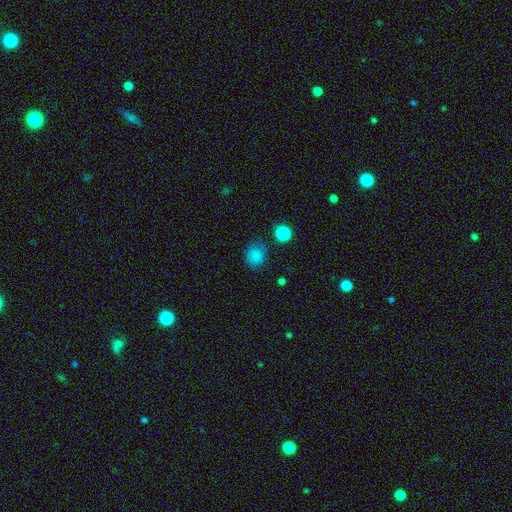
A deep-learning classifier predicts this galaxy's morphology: A smooth galaxy with no disk features (82%) that is round (71%).

Vote fractions:
- Smooth or featured? smooth: 82% / star or artifact: 13% / featured or disk: 4%
- How rounded? round: 71% / in between: 28% / cigar-shaped: 1%
- Merging? none: 79% / minor disturbance: 14% / major disturbance: 4% / merger: 3%